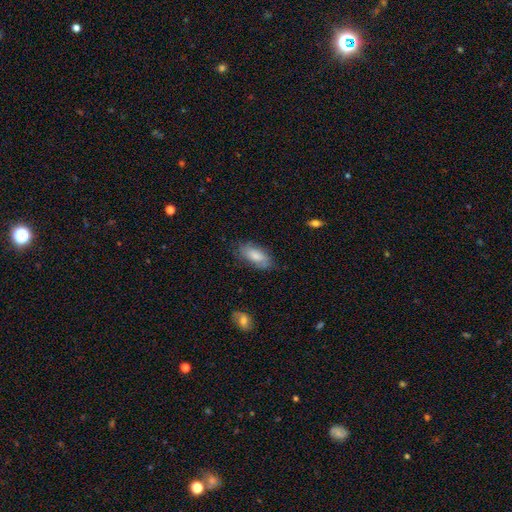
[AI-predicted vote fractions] smooth_or_featured: smooth (p=0.73) [alt: featured or disk p=0.20]
how_rounded: in between (p=0.87) [alt: cigar-shaped p=0.10]
merging: none (p=0.72) [alt: minor disturbance p=0.21]